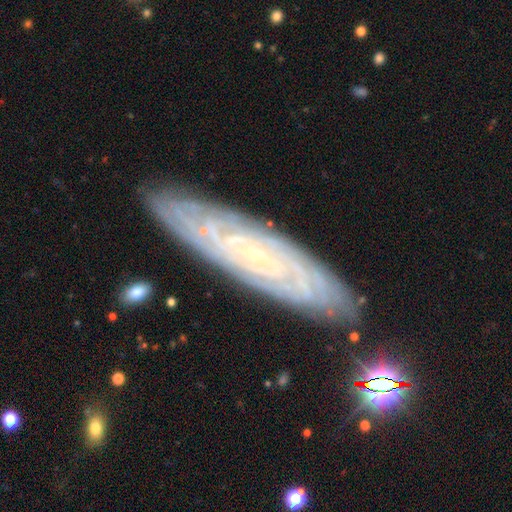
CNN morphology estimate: Smooth or featured? featured or disk (82%)
Edge-on disk? no (77%)
Bar? no (73%)
Spiral arms? yes (94%)
Spiral winding? tight (82%)
Spiral arm count? can't tell (52%)
Bulge size? small (87%)
Merging? none (85%)